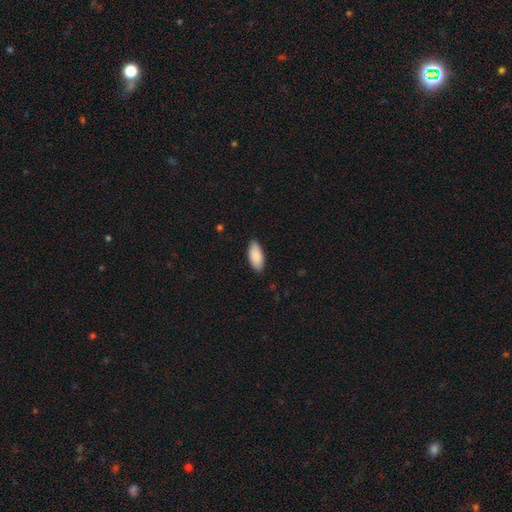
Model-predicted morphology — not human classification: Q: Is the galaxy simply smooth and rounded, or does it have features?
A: smooth — 90%.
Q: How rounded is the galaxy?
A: in between — 90%.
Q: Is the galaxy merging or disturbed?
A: none — 88%.